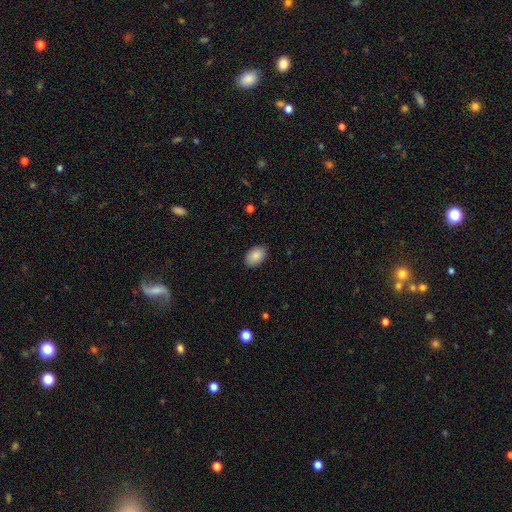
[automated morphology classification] Smooth or featured?
  - smooth: 87% *
  - star or artifact: 7%
  - featured or disk: 6%
How rounded?
  - in between: 89% *
  - round: 10%
  - cigar-shaped: 1%
Merging?
  - none: 87% *
  - minor disturbance: 10%
  - major disturbance: 2%
  - merger: 1%